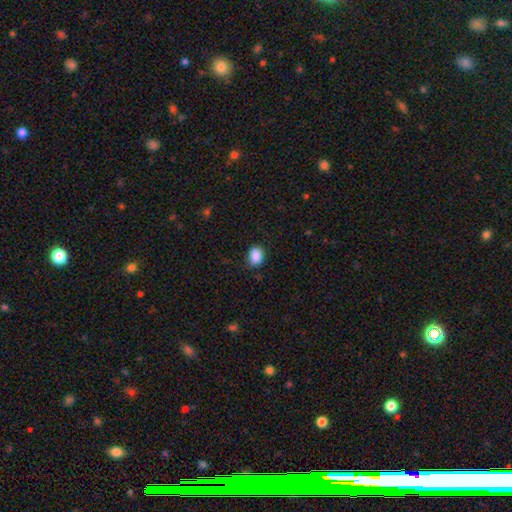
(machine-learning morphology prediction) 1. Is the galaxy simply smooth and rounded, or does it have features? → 89% smooth, 8% star or artifact, 3% featured or disk.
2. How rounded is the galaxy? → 61% in between, 38% round, 1% cigar-shaped.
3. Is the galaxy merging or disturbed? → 82% none, 14% minor disturbance, 3% major disturbance, 1% merger.